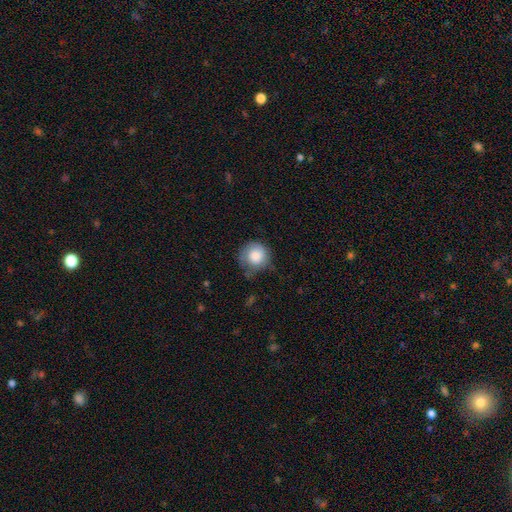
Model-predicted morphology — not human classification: The model was most divided on "merging": none: 57%, minor disturbance: 30%, major disturbance: 11%, merger: 2%. More confident: how rounded — round (90%); smooth or featured — smooth (81%).